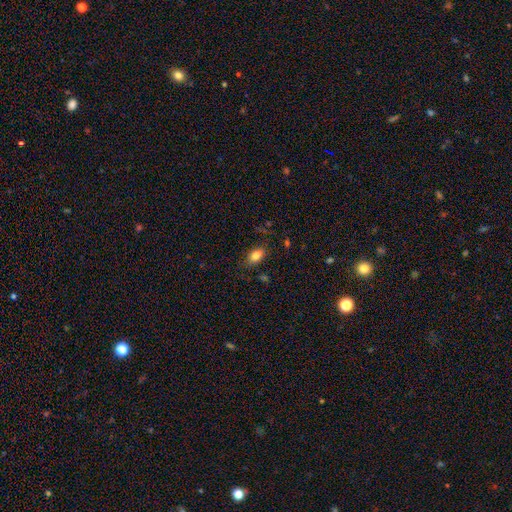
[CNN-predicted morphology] Smooth or featured?
  - smooth: 82% *
  - featured or disk: 9%
  - star or artifact: 9%
How rounded?
  - in between: 88% *
  - round: 9%
  - cigar-shaped: 3%
Merging?
  - none: 81% *
  - minor disturbance: 13%
  - major disturbance: 3%
  - merger: 2%